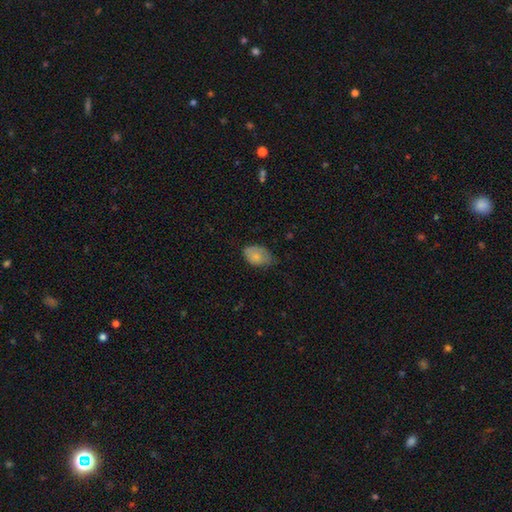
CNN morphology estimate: smooth_or_featured: smooth (p=0.77) [alt: featured or disk p=0.16]
how_rounded: in between (p=0.87) [alt: round p=0.12]
merging: none (p=0.47) [alt: minor disturbance p=0.42]